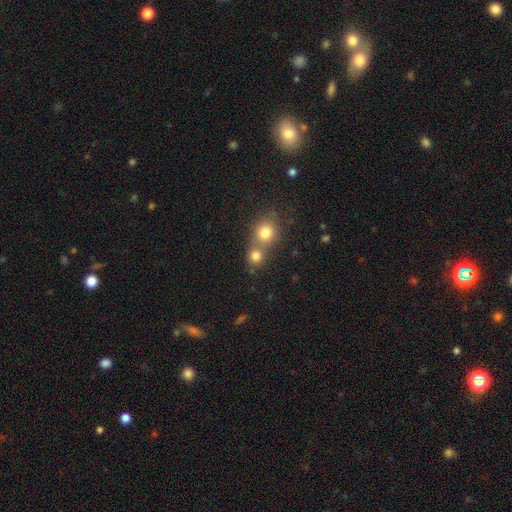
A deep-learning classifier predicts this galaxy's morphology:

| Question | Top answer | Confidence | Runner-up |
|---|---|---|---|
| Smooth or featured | smooth | 80% | star or artifact (13%) |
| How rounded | round | 85% | in between (14%) |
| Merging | none | 47% | merger (45%) |